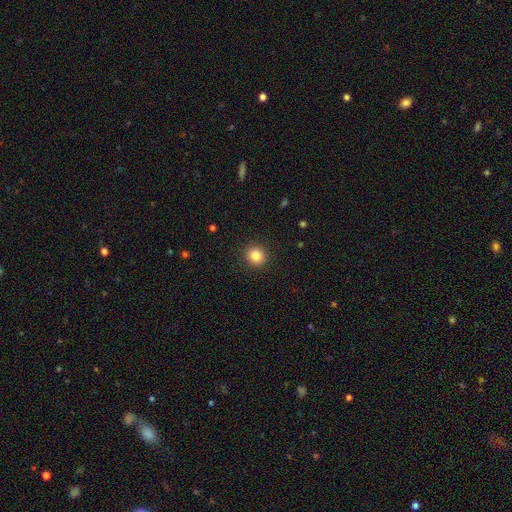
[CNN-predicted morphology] smooth-or-featured: smooth: 84% | star or artifact: 11% | featured or disk: 5%
  how-rounded: round: 91% | in between: 8% | cigar-shaped: 1%
  merging: none: 92% | minor disturbance: 5% | major disturbance: 2% | merger: 1%